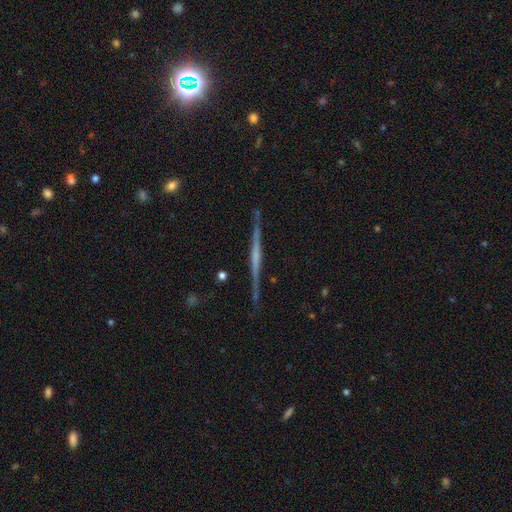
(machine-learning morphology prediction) Smooth or featured? featured or disk (77%)
Edge-on disk? yes (98%)
Edge-on bulge? none (56%)
Merging? none (89%)